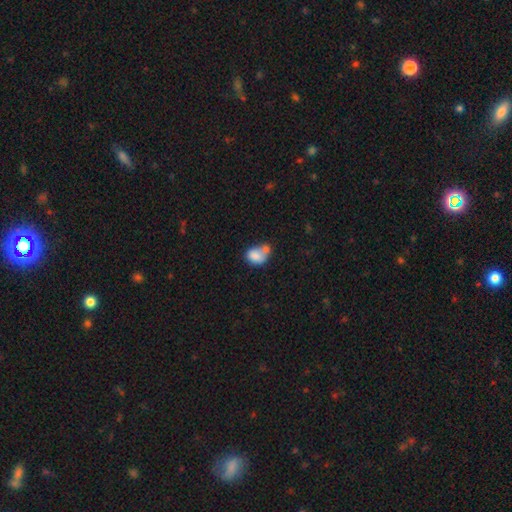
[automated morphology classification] smooth-or-featured: smooth: 78% | featured or disk: 14% | star or artifact: 9%
  how-rounded: in between: 65% | round: 34% | cigar-shaped: 1%
  merging: merger: 52% | none: 26% | minor disturbance: 15% | major disturbance: 7%